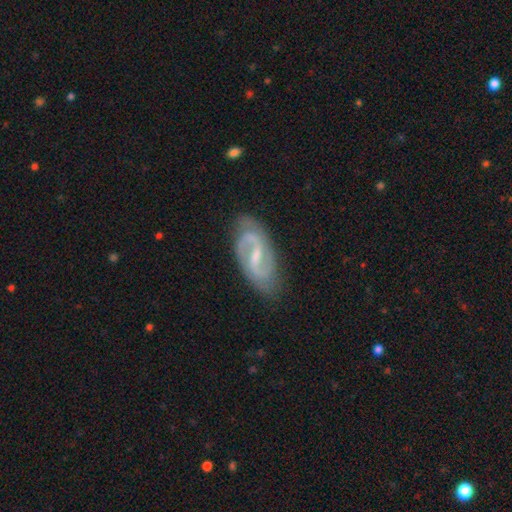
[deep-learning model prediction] A featured or disk galaxy (87%) with a weak bar (52%), 2 (91%) medium (52%) spiral arms (96%) and a small central bulge (55%). Merging: none (81%).